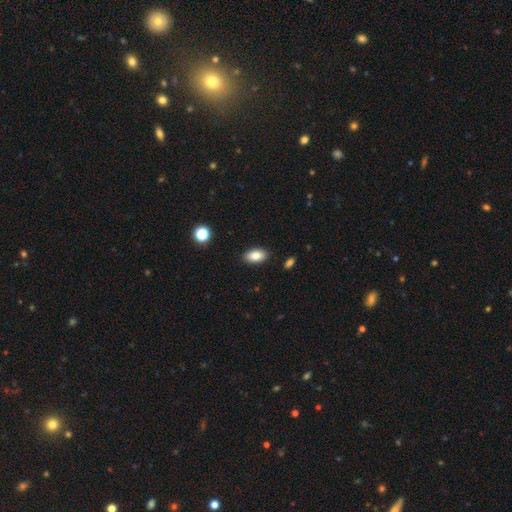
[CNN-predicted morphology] This is clearly a smooth galaxy (84%). How rounded: clearly in between (92%). Merging: clearly none (88%).